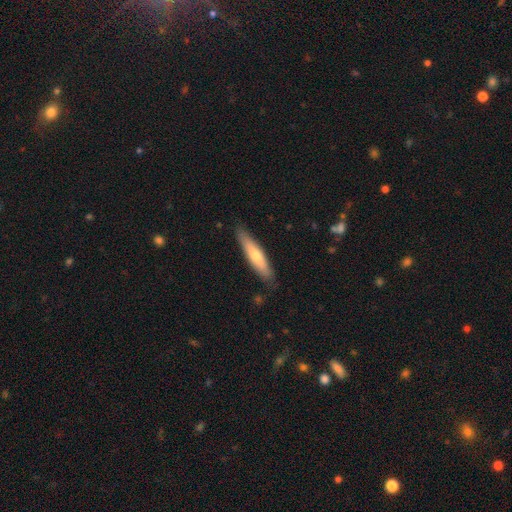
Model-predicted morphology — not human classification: Smooth or featured: smooth — 57% (featured or disk — 38%)
How rounded: cigar-shaped — 84% (in between — 15%)
Merging: none — 87% (minor disturbance — 10%)